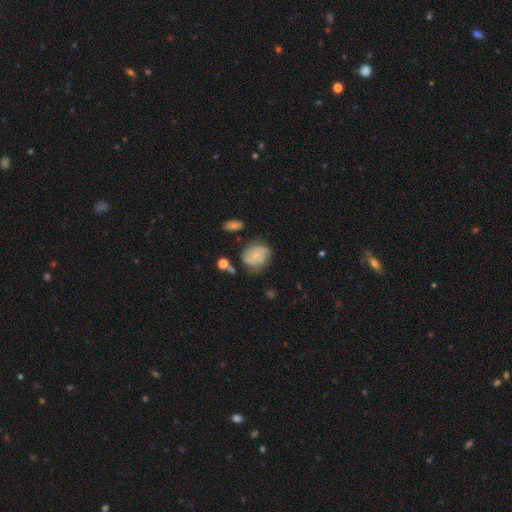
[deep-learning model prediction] A featured or disk galaxy (53%) with no bar (73%), spiral arms (78%) and a small central bulge (68%).

Vote fractions:
- Smooth or featured? featured or disk: 53% / smooth: 39% / star or artifact: 8%
- Edge-on disk? no: 97% / yes: 3%
- Bar? no: 73% / weak: 23% / strong: 4%
- Spiral arms? yes: 78% / no: 22%
- Bulge size? small: 68% / moderate: 23% / none: 7% / large: 1% / dominant: 1%
- Merging? none: 58% / minor disturbance: 27% / major disturbance: 11% / merger: 4%